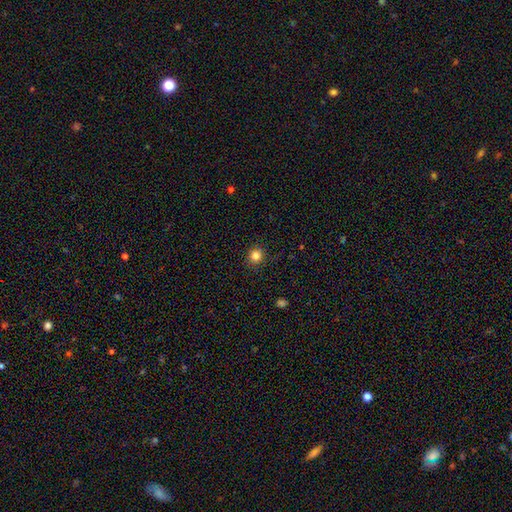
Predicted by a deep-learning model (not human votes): smooth_or_featured: smooth (p=0.83) [alt: star or artifact p=0.13]
how_rounded: round (p=0.89) [alt: in between p=0.10]
merging: none (p=0.89) [alt: minor disturbance p=0.07]